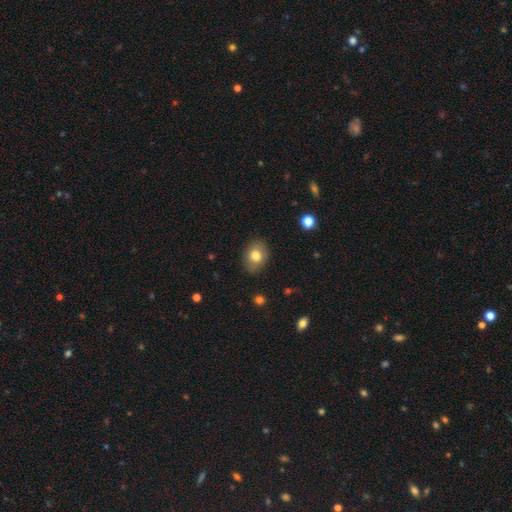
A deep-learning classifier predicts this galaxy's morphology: type=smooth (79%); roundness=in between (62%); merging=none (85%).